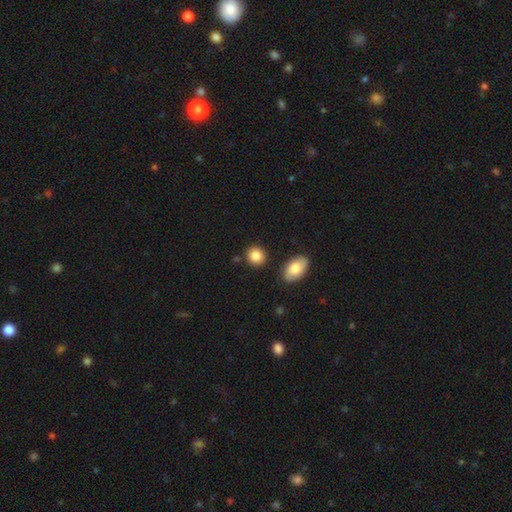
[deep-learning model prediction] smooth 87%, star or artifact 8%, featured or disk 5%. Down the decision tree: how rounded — round (76%); merging — none (84%).